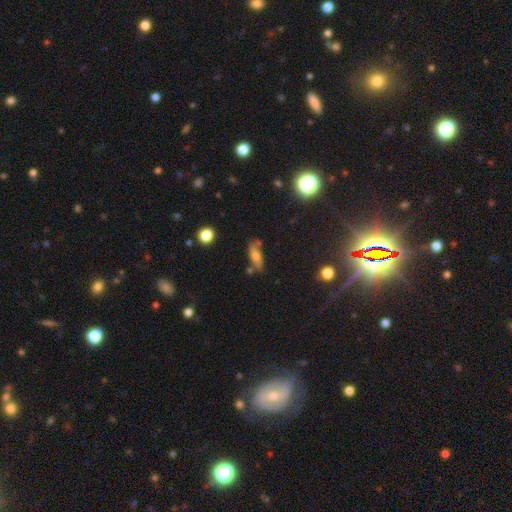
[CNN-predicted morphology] This appears to be a smooth galaxy with no disk features (56%) that is in between round and cigar-shaped (61%). Merging: none (66%).